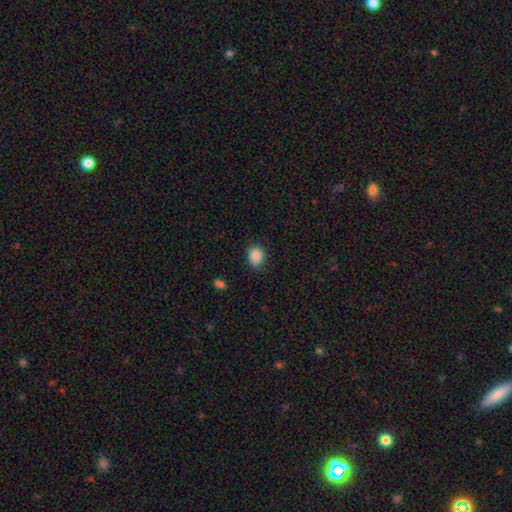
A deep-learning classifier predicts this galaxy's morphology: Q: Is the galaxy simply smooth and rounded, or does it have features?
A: smooth — 88%.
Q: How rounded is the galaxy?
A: round — 54%.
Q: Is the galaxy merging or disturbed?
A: none — 86%.